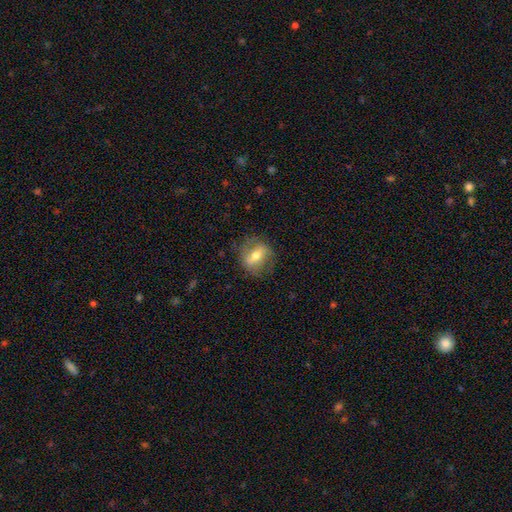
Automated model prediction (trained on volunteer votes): A featured or disk galaxy (49%).

Vote fractions:
- Smooth or featured? featured or disk: 49% / smooth: 42% / star or artifact: 9%
- Merging? none: 74% / minor disturbance: 17% / major disturbance: 8% / merger: 1%